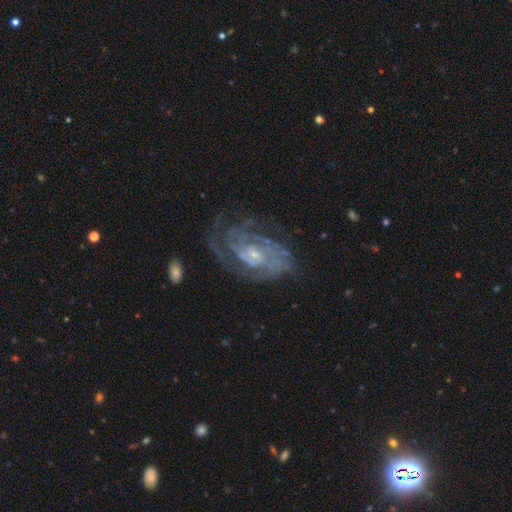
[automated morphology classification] type=featured or disk (85%); edge-on=no (97%); bar=no (59%); spiral arms=yes (96%); winding=tight (62%); arm count=can't tell (29%); bulge=small (54%); merging=none (71%).